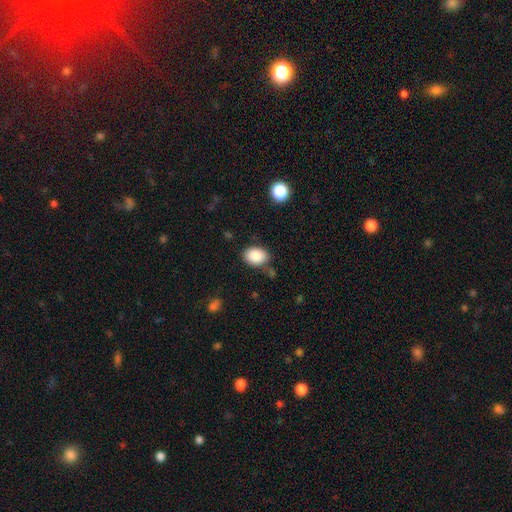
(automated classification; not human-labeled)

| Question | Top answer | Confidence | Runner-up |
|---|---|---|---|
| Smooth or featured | smooth | 88% | star or artifact (7%) |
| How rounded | in between | 78% | round (21%) |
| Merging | none | 78% | minor disturbance (14%) |